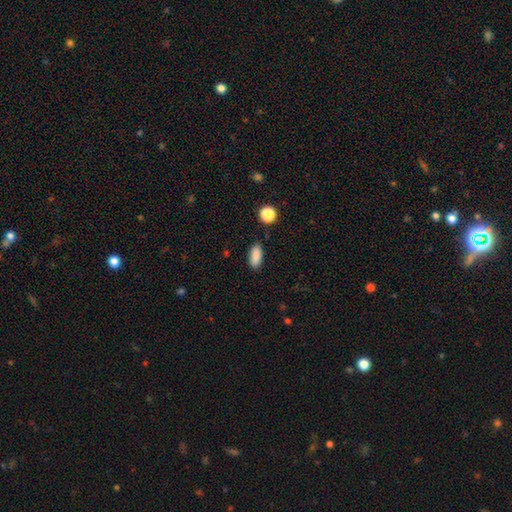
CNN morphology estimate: Smooth or featured: smooth — 87% (star or artifact — 8%)
How rounded: in between — 78% (cigar-shaped — 19%)
Merging: none — 85% (minor disturbance — 10%)